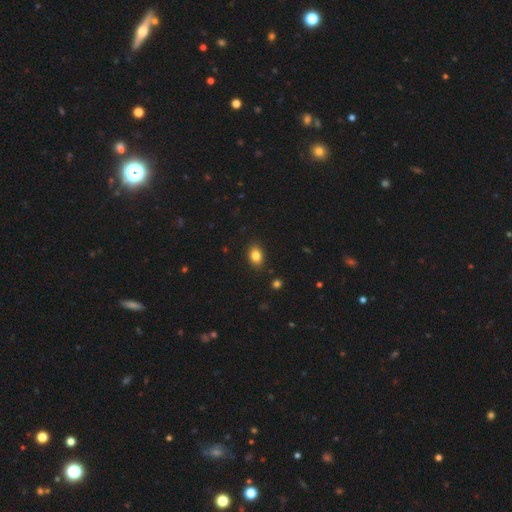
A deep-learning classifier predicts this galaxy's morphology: Smooth or featured? smooth (83%)
How rounded? in between (77%)
Merging? none (87%)